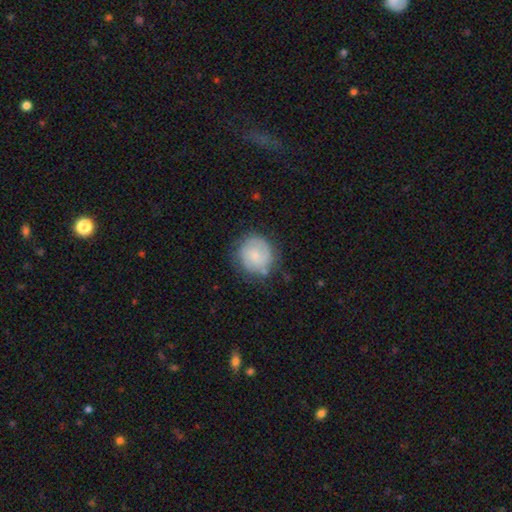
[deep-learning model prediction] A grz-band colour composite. It shows a smooth galaxy with no disk features (50%). Merging: none (71%).